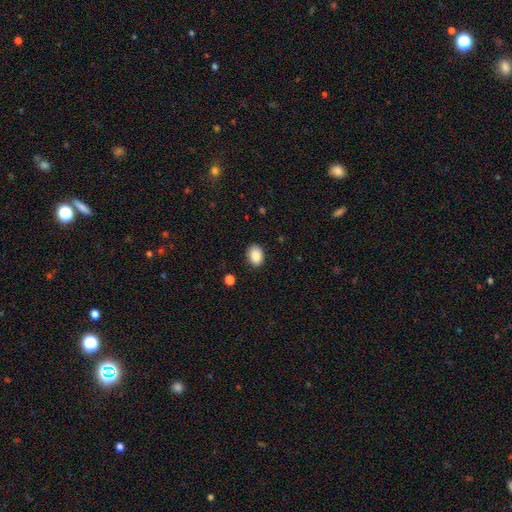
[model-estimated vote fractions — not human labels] Smooth or featured? smooth (89%)
How rounded? in between (74%)
Merging? none (87%)